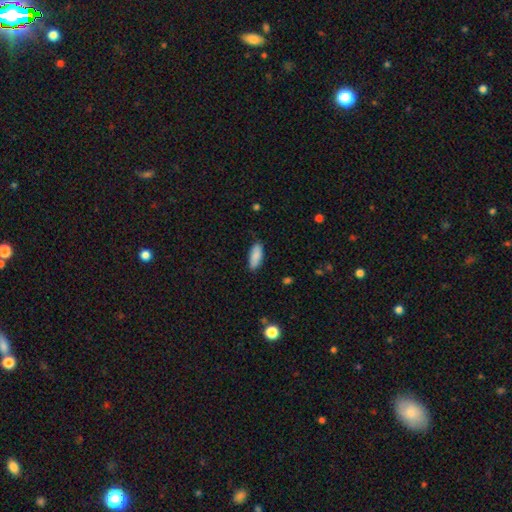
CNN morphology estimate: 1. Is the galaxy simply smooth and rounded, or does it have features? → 87% smooth, 7% featured or disk, 6% star or artifact.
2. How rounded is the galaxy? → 77% in between, 22% cigar-shaped, 2% round.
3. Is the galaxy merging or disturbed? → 84% none, 12% minor disturbance, 2% major disturbance, 1% merger.